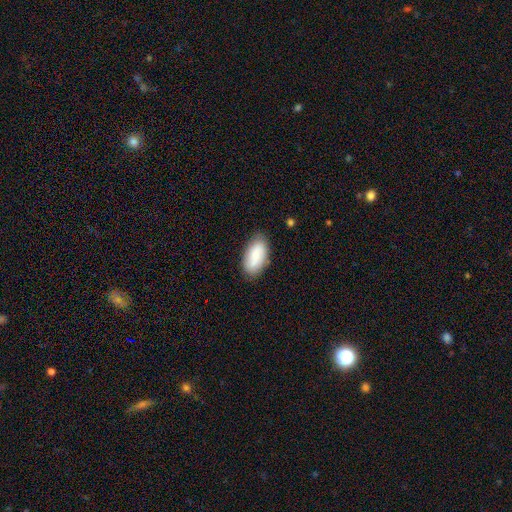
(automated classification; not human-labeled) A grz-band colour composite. It shows a smooth galaxy with no disk features (79%) that is in between round and cigar-shaped (94%). Merging: none (80%).